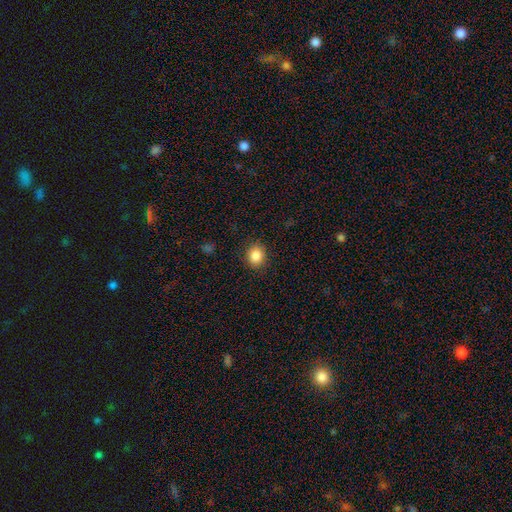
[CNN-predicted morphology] smooth 86%, star or artifact 9%, featured or disk 4%. Down the decision tree: how rounded — round (67%); merging — none (88%).